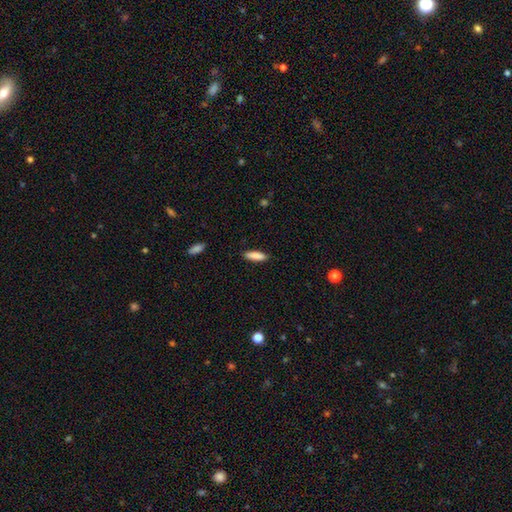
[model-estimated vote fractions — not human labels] This appears to be a smooth galaxy with no disk features (86%) that is cigar-shaped (59%). Merging: none (88%).